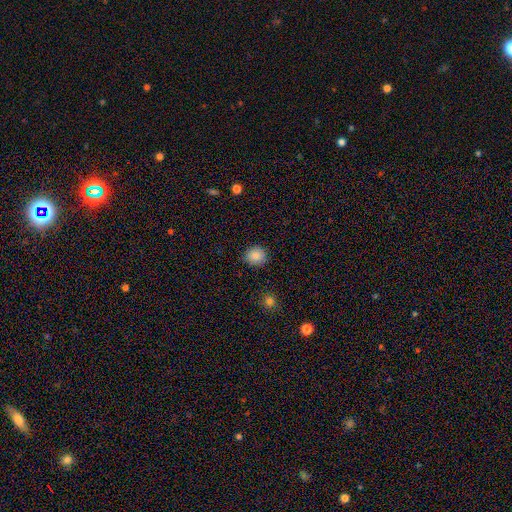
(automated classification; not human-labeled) Smooth or featured?
  - smooth: 87% *
  - star or artifact: 9%
  - featured or disk: 4%
How rounded?
  - round: 81% *
  - in between: 18%
  - cigar-shaped: 1%
Merging?
  - none: 88% *
  - minor disturbance: 9%
  - major disturbance: 2%
  - merger: 1%